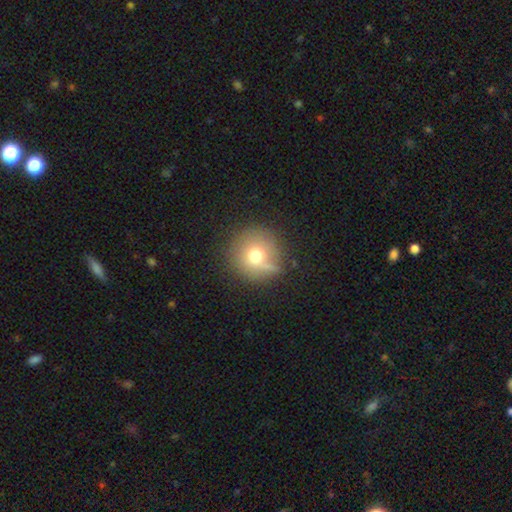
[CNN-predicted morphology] Overall: smooth (67%). How rounded: round (94%). Merging: none (72%).